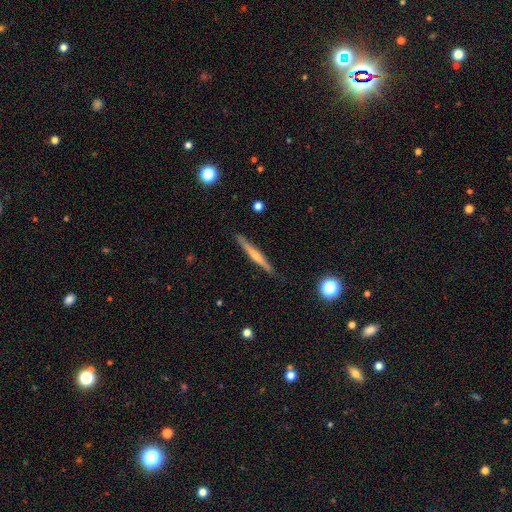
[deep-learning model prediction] Morphology: type=featured or disk (60%); edge-on=yes (97%); edge-on bulge=rounded (61%); merging=none (86%).